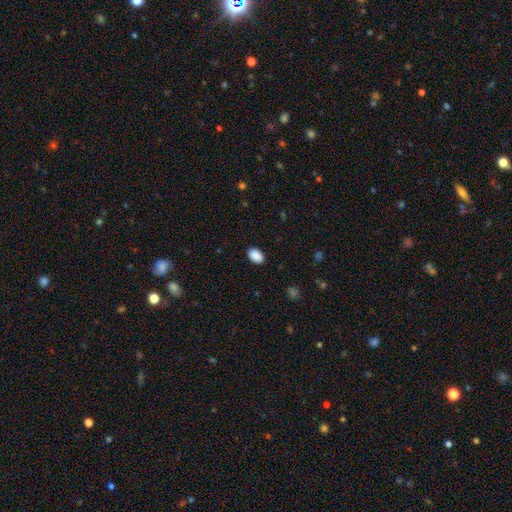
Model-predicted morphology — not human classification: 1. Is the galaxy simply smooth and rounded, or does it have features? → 90% smooth, 7% star or artifact, 3% featured or disk.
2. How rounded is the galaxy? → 88% in between, 11% round, 1% cigar-shaped.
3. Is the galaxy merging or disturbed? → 89% none, 8% minor disturbance, 2% major disturbance, 1% merger.